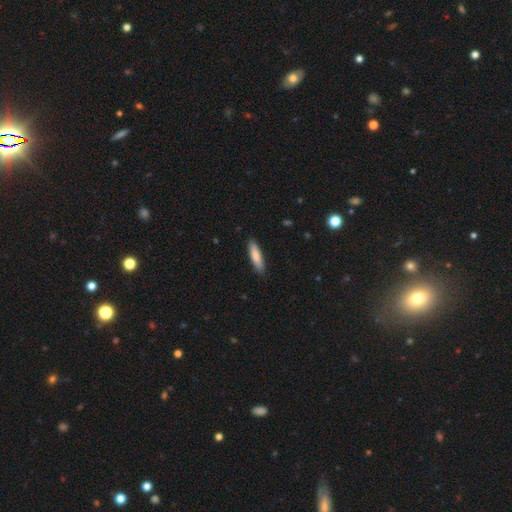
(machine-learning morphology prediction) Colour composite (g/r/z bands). It shows a smooth galaxy with no disk features (82%) that is cigar-shaped (75%). Merging: none (89%).